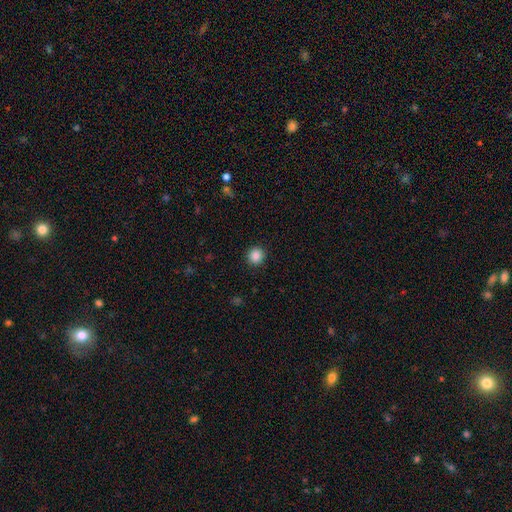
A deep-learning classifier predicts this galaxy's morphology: This appears to be a smooth galaxy with no disk features (87%) that is round (92%). Merging: none (91%).